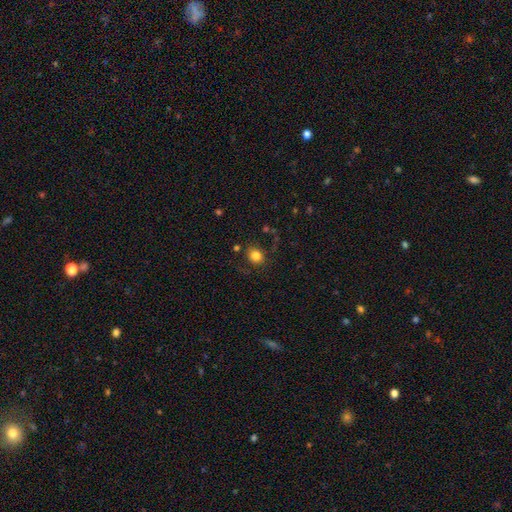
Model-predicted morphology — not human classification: Smooth or featured? Predicted: smooth (p=0.81). How rounded? Predicted: round (p=0.73). Merging? Predicted: none (p=0.81).